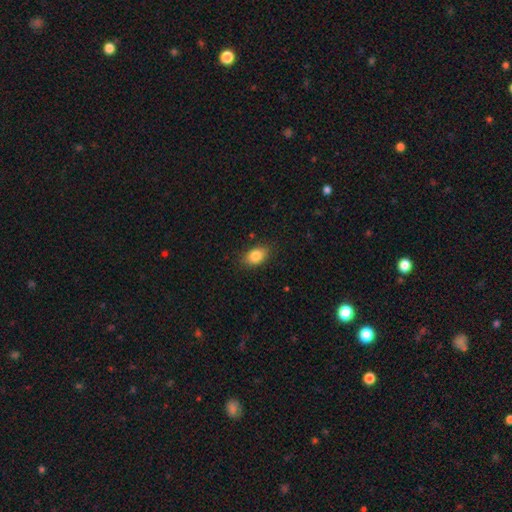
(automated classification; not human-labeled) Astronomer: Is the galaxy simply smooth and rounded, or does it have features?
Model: smooth — 85%.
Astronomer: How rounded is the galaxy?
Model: in between — 84%.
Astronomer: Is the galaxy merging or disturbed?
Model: none — 84%.